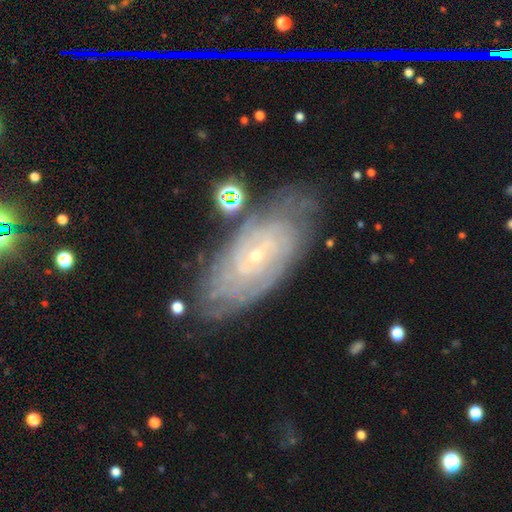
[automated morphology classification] type=featured or disk (82%); edge-on=no (93%); bar=no (64%); spiral arms=yes (93%); winding=tight (81%); arm count=can't tell (52%); bulge=small (83%); merging=none (74%).